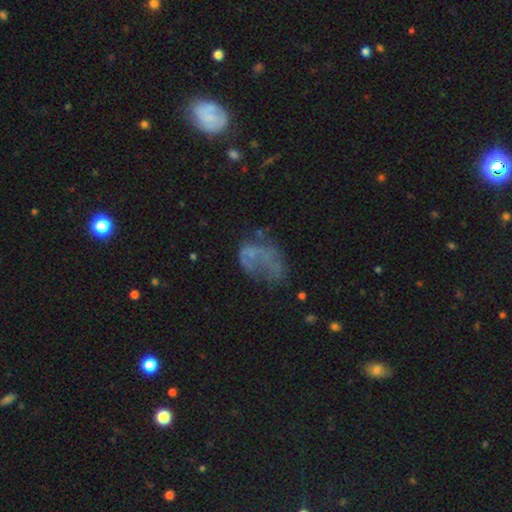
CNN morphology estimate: smooth-or-featured: featured or disk: 44% | smooth: 36% | star or artifact: 19%
  merging: major disturbance: 42% | none: 30% | minor disturbance: 21% | merger: 7%